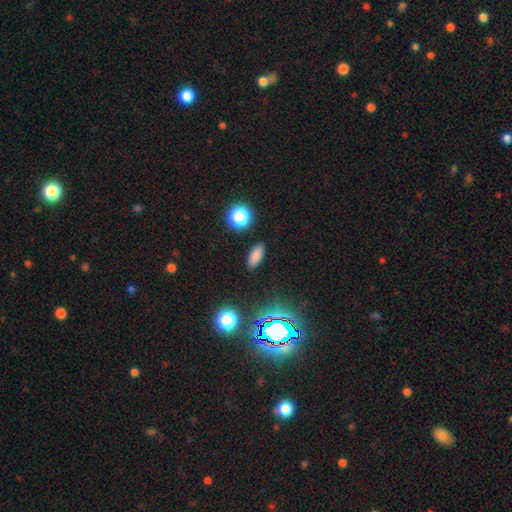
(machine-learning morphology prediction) This appears to be a smooth galaxy with no disk features (78%) that is in between round and cigar-shaped (77%). Merging: none (89%).